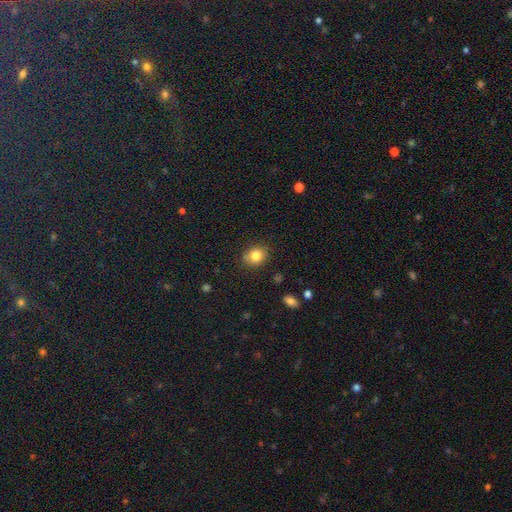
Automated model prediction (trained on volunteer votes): A smooth galaxy with no disk features (82%) that is round (54%).

Vote fractions:
- Smooth or featured? smooth: 82% / star or artifact: 10% / featured or disk: 8%
- How rounded? round: 54% / in between: 45% / cigar-shaped: 1%
- Merging? none: 81% / minor disturbance: 14% / major disturbance: 3% / merger: 2%